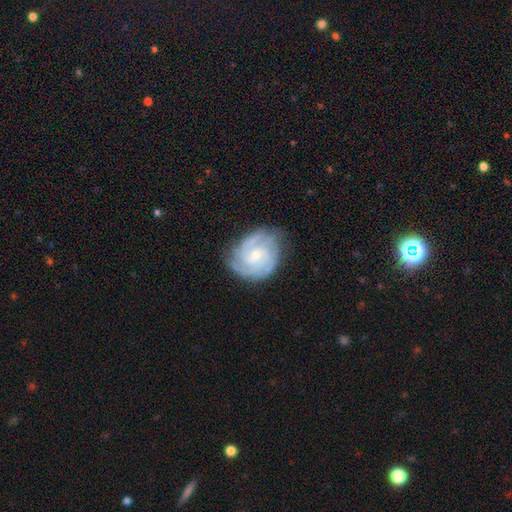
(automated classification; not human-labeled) This is clearly a featured or disk galaxy (84%). It is clearly not viewed edge-on (98%). Bar: possibly no (53%). Spiral arm pattern: clearly yes (96%). Spiral arm count: marginally 3 (33%). Spiral winding: likely tight (63%). Central bulge: likely small (63%). Merging: likely none (74%).